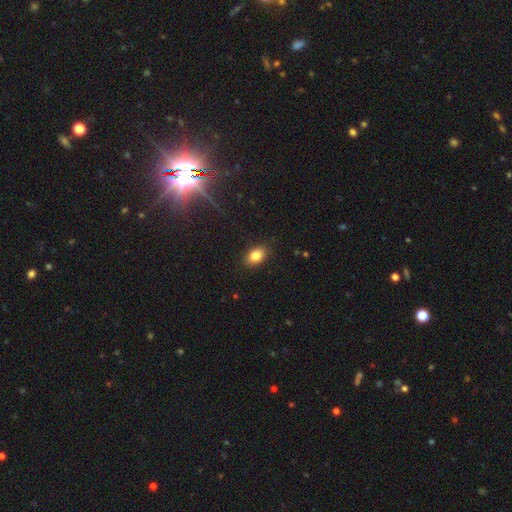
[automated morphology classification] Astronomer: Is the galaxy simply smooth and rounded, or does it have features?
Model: smooth — 82%.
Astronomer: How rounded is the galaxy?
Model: in between — 85%.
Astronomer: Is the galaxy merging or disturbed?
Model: none — 88%.